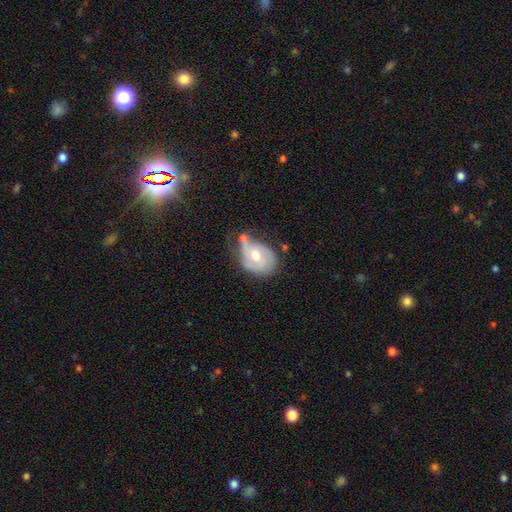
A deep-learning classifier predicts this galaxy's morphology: type=featured or disk (50%); edge-on=no (96%); merging=minor disturbance (34%).